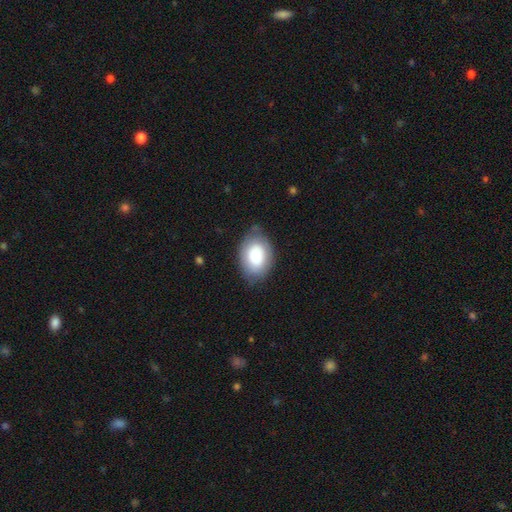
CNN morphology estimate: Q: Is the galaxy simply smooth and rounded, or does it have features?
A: smooth — 82%.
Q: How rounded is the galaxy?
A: in between — 85%.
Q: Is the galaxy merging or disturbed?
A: none — 74%.